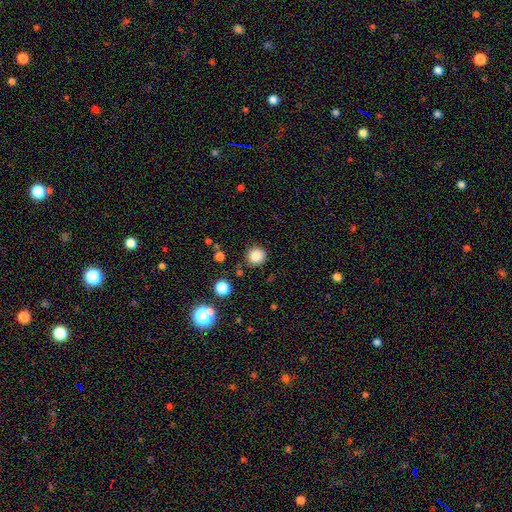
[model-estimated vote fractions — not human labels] smooth-or-featured: smooth: 84% | star or artifact: 12% | featured or disk: 5%
  how-rounded: round: 91% | in between: 8% | cigar-shaped: 1%
  merging: none: 85% | minor disturbance: 9% | merger: 3% | major disturbance: 3%